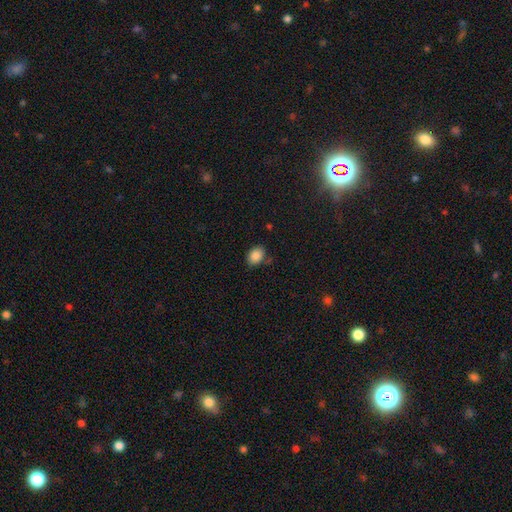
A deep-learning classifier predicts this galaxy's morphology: Q: Smooth or featured?
A: smooth (86%); runner-up: star or artifact (9%)
Q: How rounded?
A: in between (72%); runner-up: round (28%)
Q: Merging?
A: none (79%); runner-up: minor disturbance (14%)